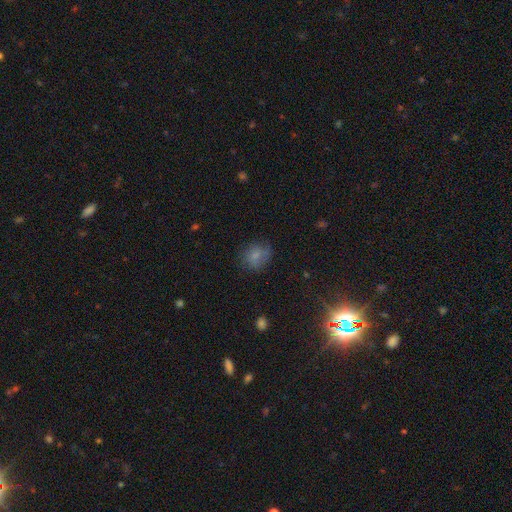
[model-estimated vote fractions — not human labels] smooth 77%, star or artifact 12%, featured or disk 11%. Down the decision tree: how rounded — round (67%); merging — none (70%).